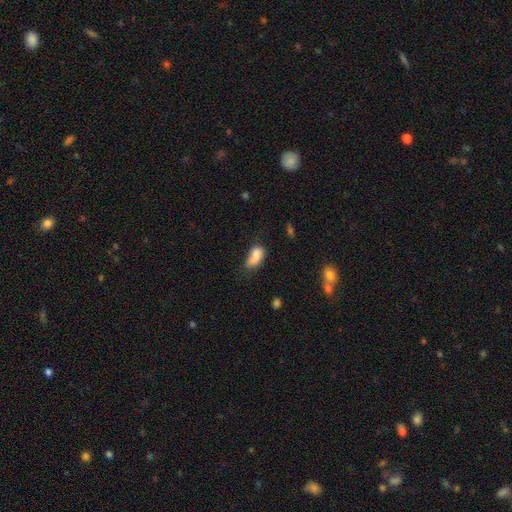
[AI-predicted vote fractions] Smooth or featured? smooth (79%)
How rounded? in between (88%)
Merging? none (35%)